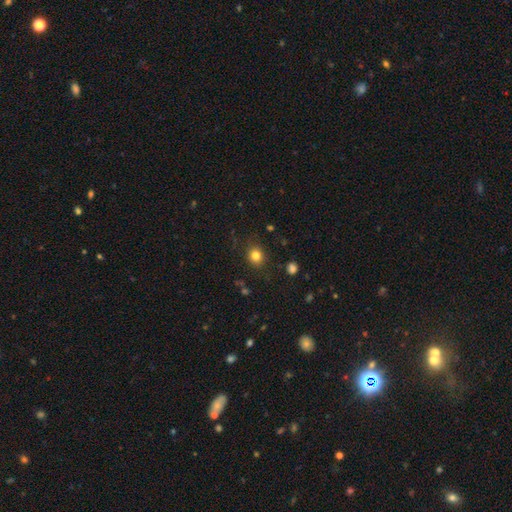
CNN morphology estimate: Overall: smooth (81%). How rounded: round (75%). Merging: none (85%).